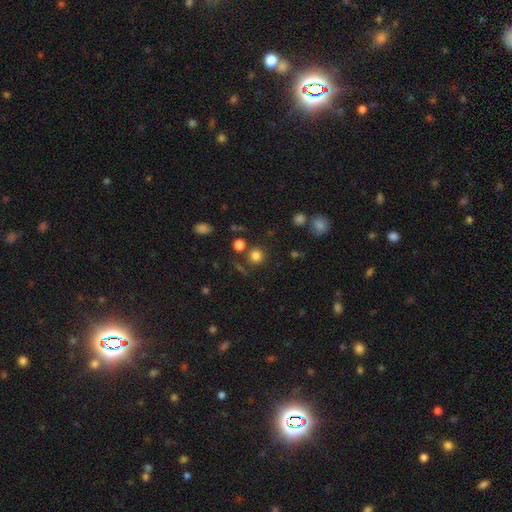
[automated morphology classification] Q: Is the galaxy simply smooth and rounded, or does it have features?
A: smooth — 79%.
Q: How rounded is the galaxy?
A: round — 92%.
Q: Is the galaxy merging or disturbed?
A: none — 79%.